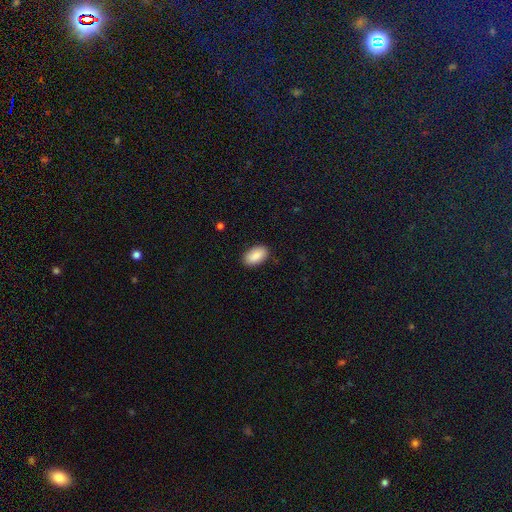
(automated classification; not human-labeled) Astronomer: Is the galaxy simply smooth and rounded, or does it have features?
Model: smooth — 90%.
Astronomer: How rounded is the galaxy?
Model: in between — 95%.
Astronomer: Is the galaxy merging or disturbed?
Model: none — 88%.